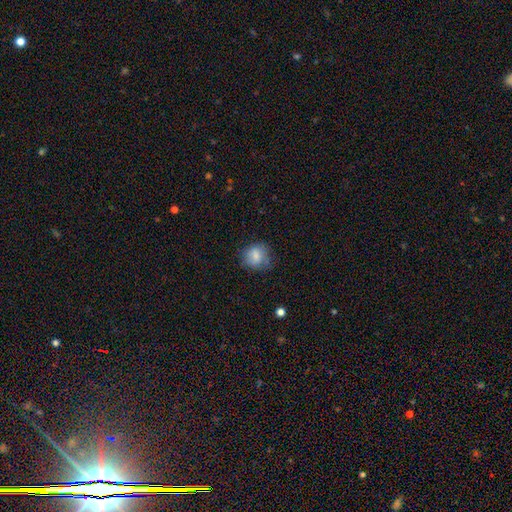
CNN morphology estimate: Smooth or featured? smooth (77%)
How rounded? round (70%)
Merging? none (60%)